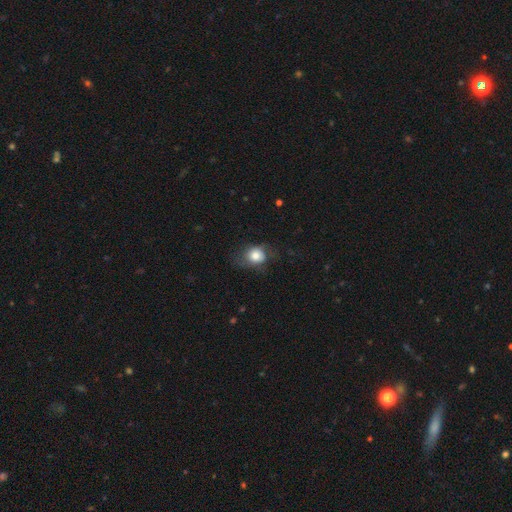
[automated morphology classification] A smooth galaxy with no disk features (75%) that is round (62%).

Vote fractions:
- Smooth or featured? smooth: 75% / featured or disk: 16% / star or artifact: 9%
- How rounded? round: 62% / in between: 37% / cigar-shaped: 1%
- Merging? none: 54% / minor disturbance: 26% / major disturbance: 19% / merger: 1%